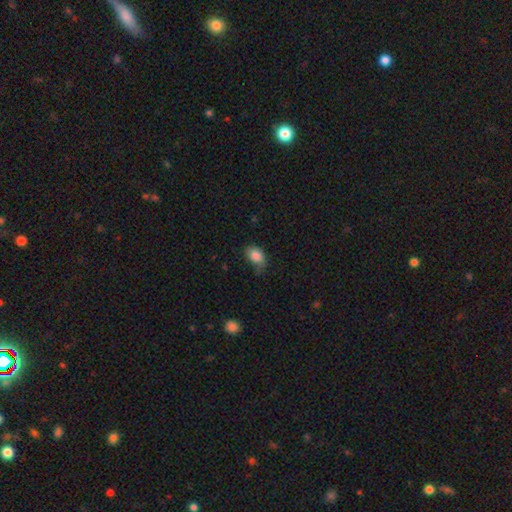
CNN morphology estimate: This appears to be a smooth galaxy with no disk features (86%) that is in between round and cigar-shaped (79%). Merging: none (50%).